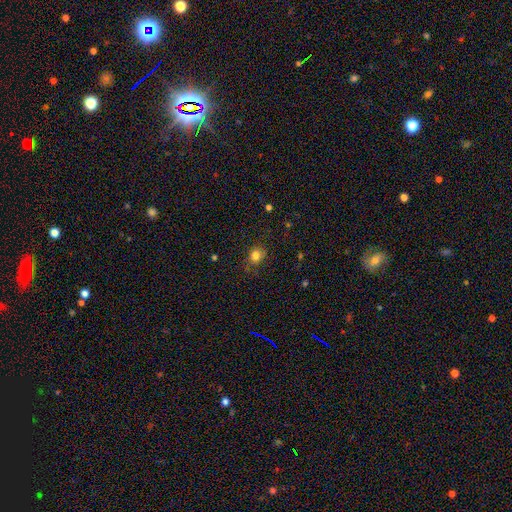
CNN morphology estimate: A smooth galaxy with no disk features (80%) that is round (71%). Merging: none (76%).